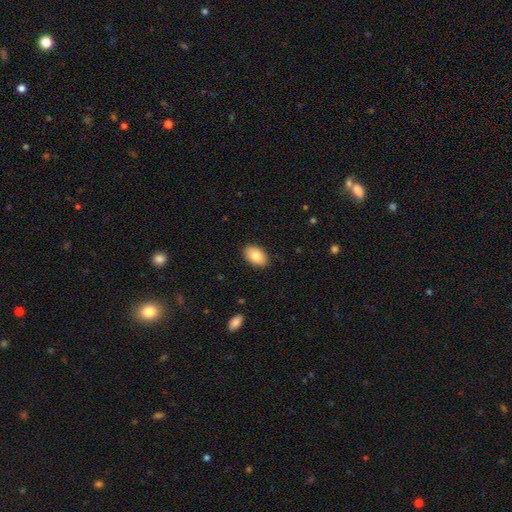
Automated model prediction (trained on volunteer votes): The model was most divided on "smooth or featured": smooth: 83%, featured or disk: 10%, star or artifact: 7%. More confident: how rounded — in between (91%); merging — none (89%).